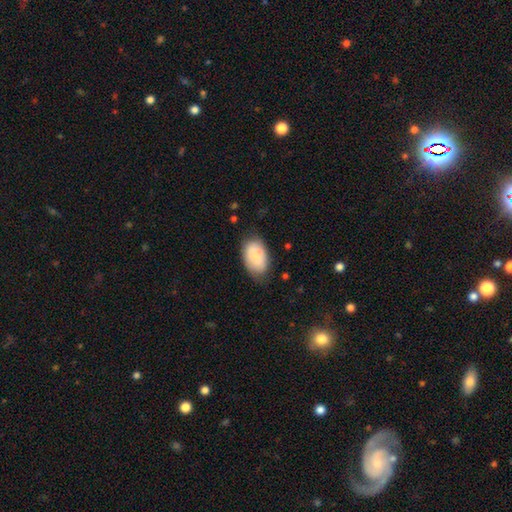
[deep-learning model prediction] Smooth or featured? smooth (73%)
How rounded? in between (90%)
Merging? none (69%)